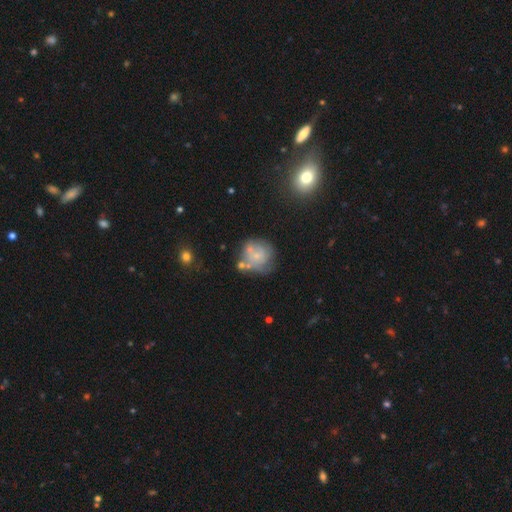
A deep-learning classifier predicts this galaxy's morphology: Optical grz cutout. It shows a featured or disk galaxy (49%). Merging: none (45%).